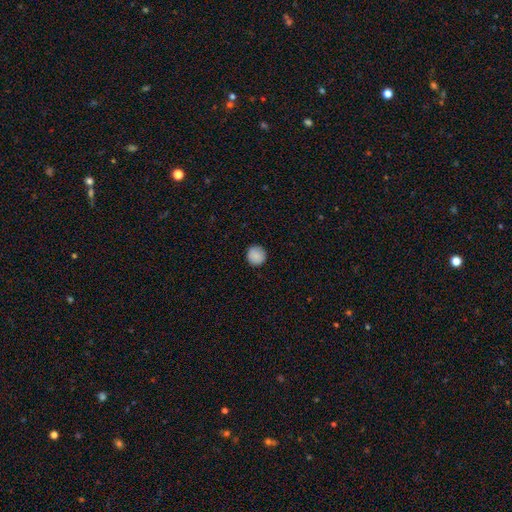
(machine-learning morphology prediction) Smooth or featured? Predicted: smooth (p=0.89). How rounded? Predicted: round (p=0.94). Merging? Predicted: none (p=0.91).